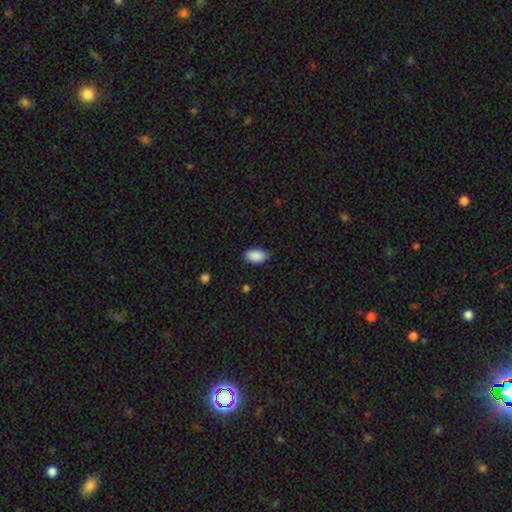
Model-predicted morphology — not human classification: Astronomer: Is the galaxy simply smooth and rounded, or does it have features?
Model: smooth — 90%.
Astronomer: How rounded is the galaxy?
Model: in between — 94%.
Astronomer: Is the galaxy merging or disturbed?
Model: none — 83%.